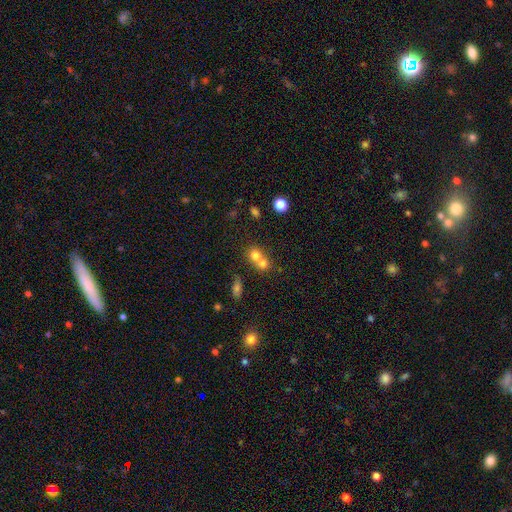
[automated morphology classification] Overall: smooth (73%). How rounded: round (75%). Merging: merger (62%; none 30%).